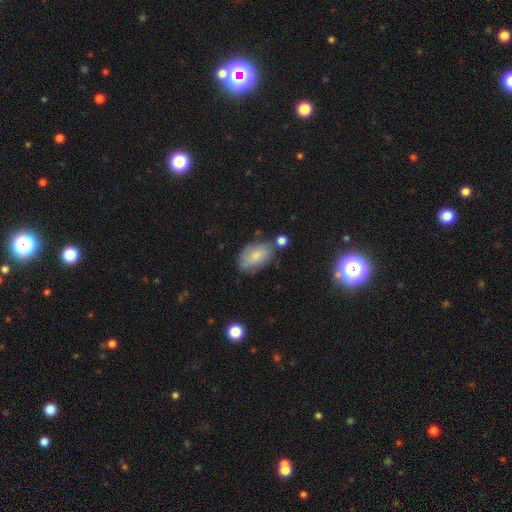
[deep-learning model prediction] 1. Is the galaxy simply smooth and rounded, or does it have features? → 66% smooth, 26% featured or disk, 8% star or artifact.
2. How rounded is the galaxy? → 91% in between, 7% round, 2% cigar-shaped.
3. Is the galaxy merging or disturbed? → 62% none, 22% minor disturbance, 10% merger, 6% major disturbance.